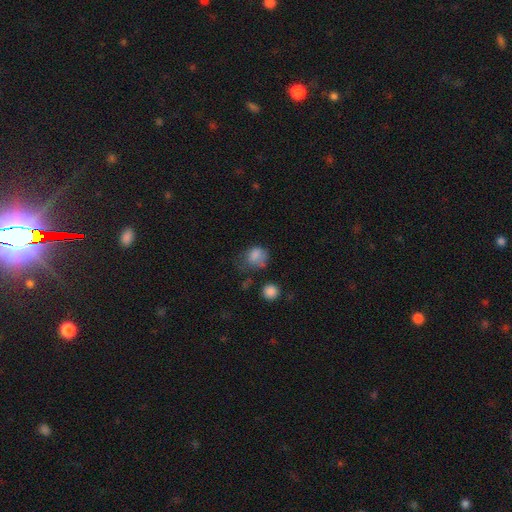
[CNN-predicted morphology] Overall: smooth (78%). How rounded: round (57%; in between 42%). Merging: none (39%; minor disturbance 32%).